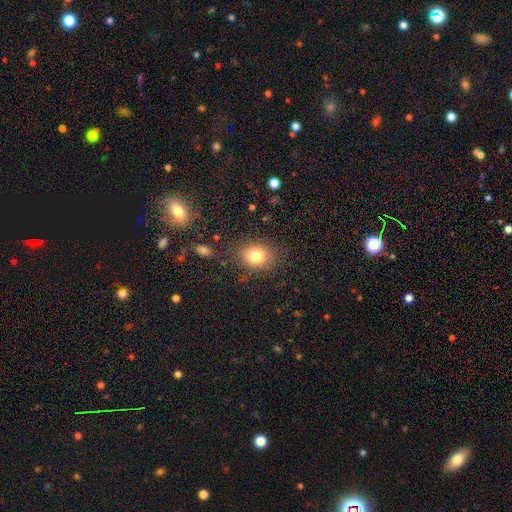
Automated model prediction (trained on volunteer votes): A smooth galaxy with no disk features (79%) that is round (59%).

Vote fractions:
- Smooth or featured? smooth: 79% / star or artifact: 12% / featured or disk: 9%
- How rounded? round: 59% / in between: 40% / cigar-shaped: 1%
- Merging? none: 82% / minor disturbance: 11% / major disturbance: 4% / merger: 2%